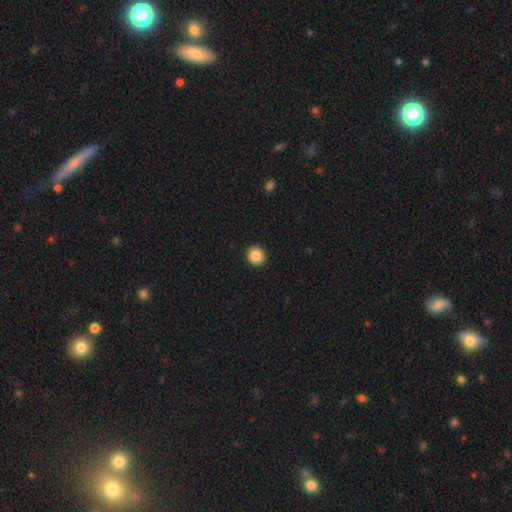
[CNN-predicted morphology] Smooth or featured? smooth (86%)
How rounded? round (88%)
Merging? none (93%)